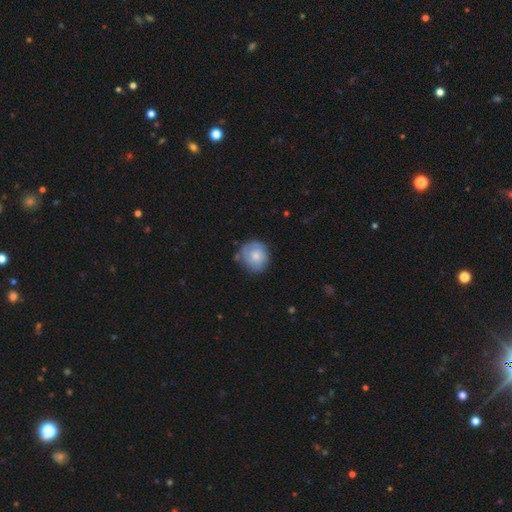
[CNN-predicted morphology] Overall: smooth (58%; featured or disk 35%). How rounded: round (86%). Merging: none (66%).